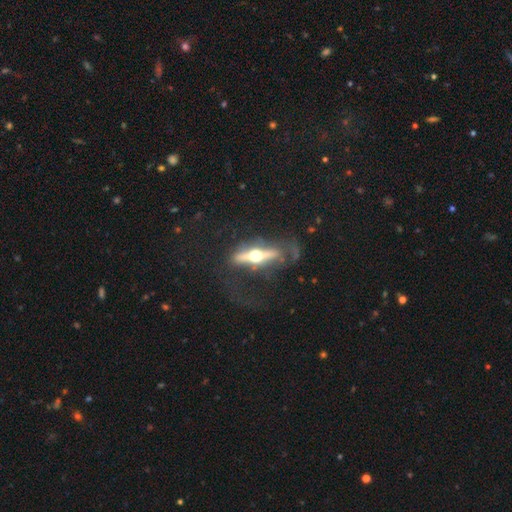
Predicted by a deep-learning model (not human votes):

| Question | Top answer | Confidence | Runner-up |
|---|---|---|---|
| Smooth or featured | featured or disk | 74% | smooth (20%) |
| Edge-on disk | yes | 84% | no (16%) |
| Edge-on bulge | rounded | 95% | boxy (3%) |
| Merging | none | 56% | major disturbance (23%) |